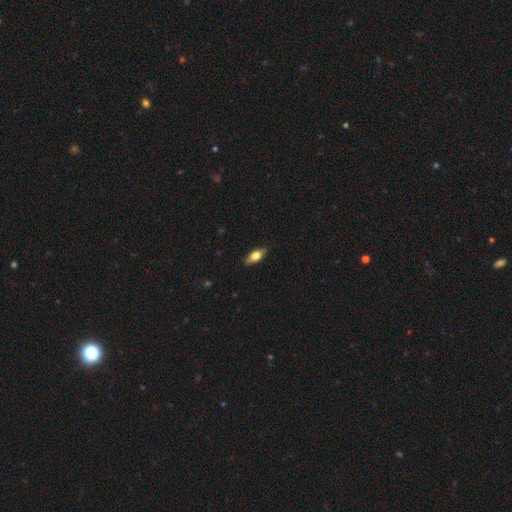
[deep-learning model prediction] The model was most divided on "smooth or featured": smooth: 66%, featured or disk: 27%, star or artifact: 7%. More confident: merging — none (87%); how rounded — in between (81%).